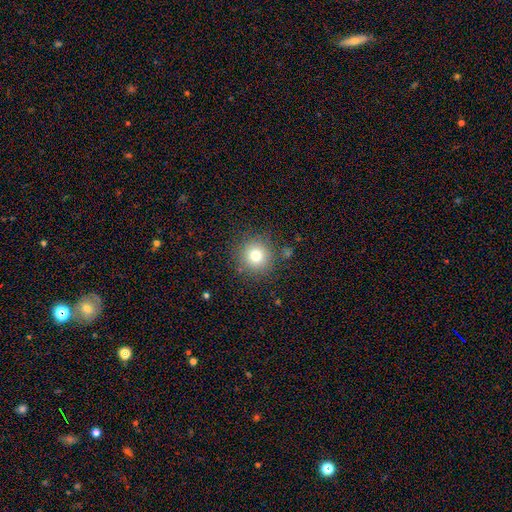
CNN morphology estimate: smooth-or-featured: smooth: 76% | star or artifact: 14% | featured or disk: 10%
  how-rounded: round: 94% | in between: 5% | cigar-shaped: 1%
  merging: none: 86% | minor disturbance: 8% | major disturbance: 3% | merger: 2%